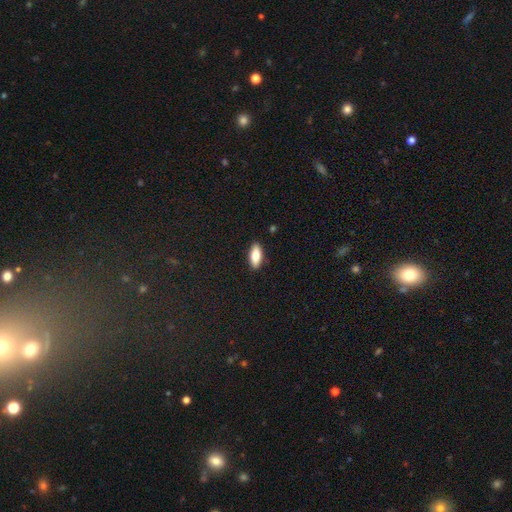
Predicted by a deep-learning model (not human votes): This appears to be a smooth galaxy with no disk features (81%) that is in between round and cigar-shaped (83%). Merging: none (88%).